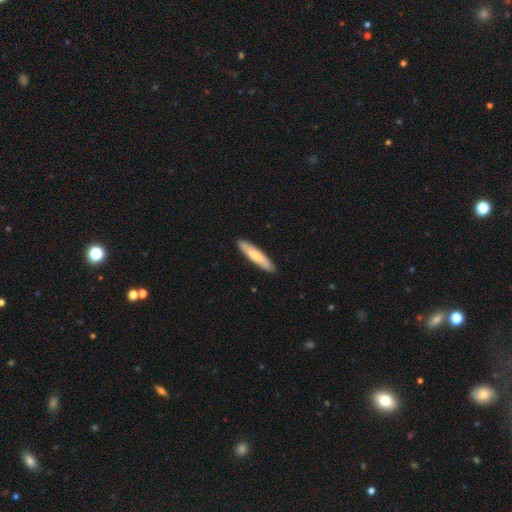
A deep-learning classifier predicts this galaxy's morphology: A smooth galaxy with no disk features (71%) that is cigar-shaped (85%).

Vote fractions:
- Smooth or featured? smooth: 71% / featured or disk: 25% / star or artifact: 5%
- How rounded? cigar-shaped: 85% / in between: 14% / round: 1%
- Merging? none: 90% / minor disturbance: 7% / major disturbance: 1% / merger: 1%